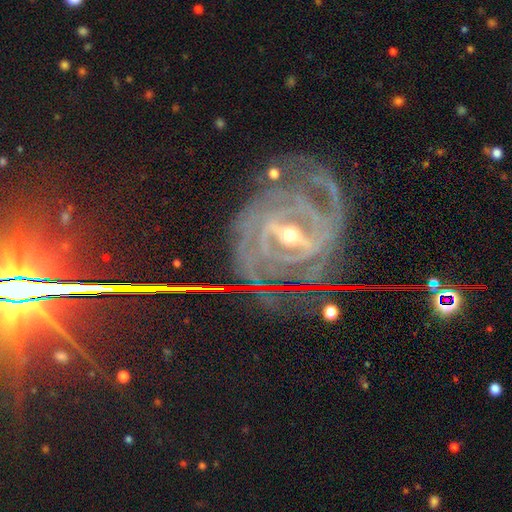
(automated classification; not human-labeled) Smooth or featured? featured or disk (83%)
Edge-on disk? no (96%)
Bar? strong (47%)
Spiral arms? yes (98%)
Spiral winding? tight (72%)
Spiral arm count? 3 (21%, tied with can't tell)
Bulge size? small (54%)
Merging? none (73%)